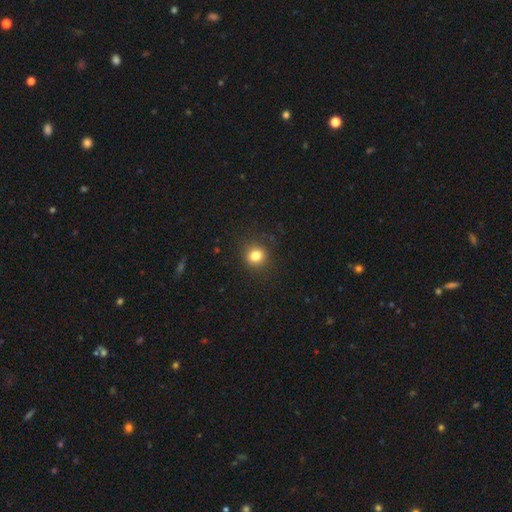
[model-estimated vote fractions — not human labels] smooth_or_featured: smooth (p=0.81) [alt: star or artifact p=0.13]
how_rounded: round (p=0.86) [alt: in between p=0.13]
merging: none (p=0.89) [alt: minor disturbance p=0.07]